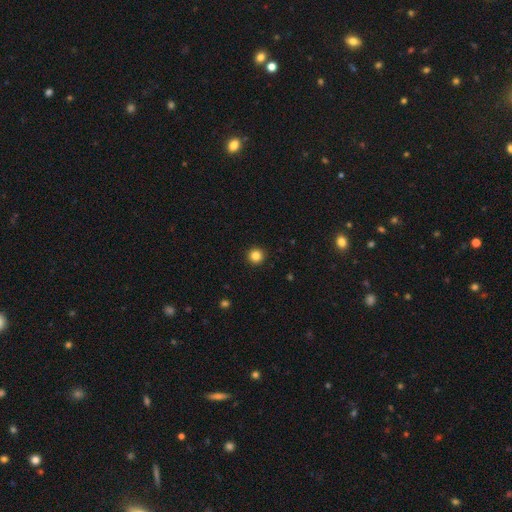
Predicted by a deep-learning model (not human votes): smooth-or-featured: smooth: 84% | star or artifact: 12% | featured or disk: 4%
  how-rounded: round: 96% | in between: 3% | cigar-shaped: 1%
  merging: none: 94% | minor disturbance: 4% | major disturbance: 1% | merger: 1%